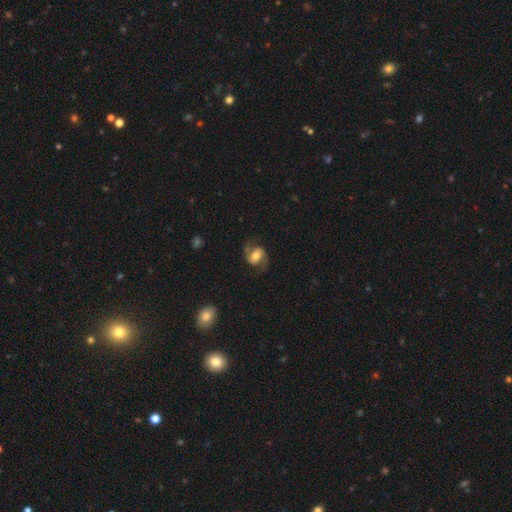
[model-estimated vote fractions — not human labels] Q: Smooth or featured?
A: featured or disk (69%); runner-up: smooth (23%)
Q: Edge-on disk?
A: no (97%); runner-up: yes (3%)
Q: Bar?
A: no (43%); runner-up: weak (40%)
Q: Spiral arms?
A: yes (93%); runner-up: no (7%)
Q: Spiral winding?
A: medium (49%); runner-up: loose (36%)
Q: Spiral arm count?
A: 2 (92%); runner-up: can't tell (3%)
Q: Bulge size?
A: moderate (52%); runner-up: large (28%)
Q: Merging?
A: none (72%); runner-up: minor disturbance (16%)